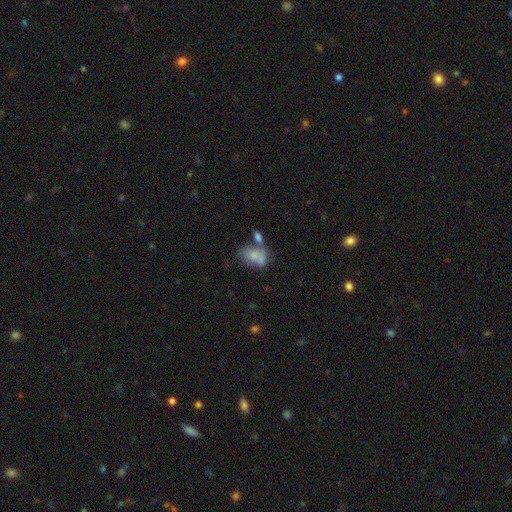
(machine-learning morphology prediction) Q: Smooth or featured?
A: smooth (72%); runner-up: featured or disk (19%)
Q: How rounded?
A: in between (82%); runner-up: round (16%)
Q: Merging?
A: merger (38%); runner-up: none (31%)